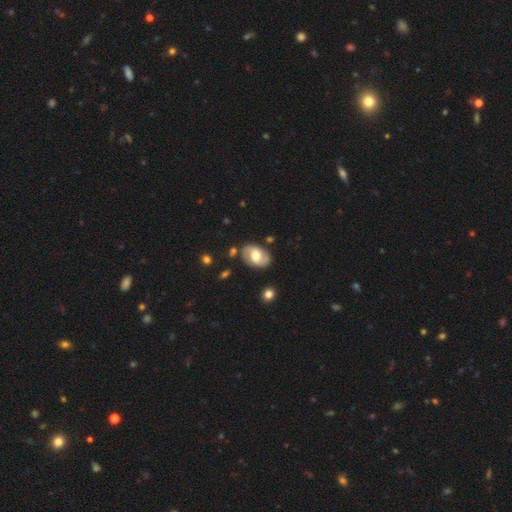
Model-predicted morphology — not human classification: Q: Smooth or featured?
A: smooth (49%); runner-up: featured or disk (45%)
Q: Merging?
A: none (78%); runner-up: minor disturbance (14%)